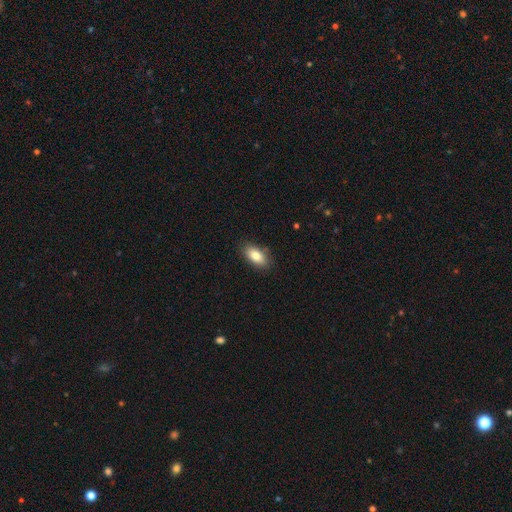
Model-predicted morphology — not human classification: Smooth or featured? Predicted: smooth (p=0.84). How rounded? Predicted: in between (p=0.91). Merging? Predicted: none (p=0.85).